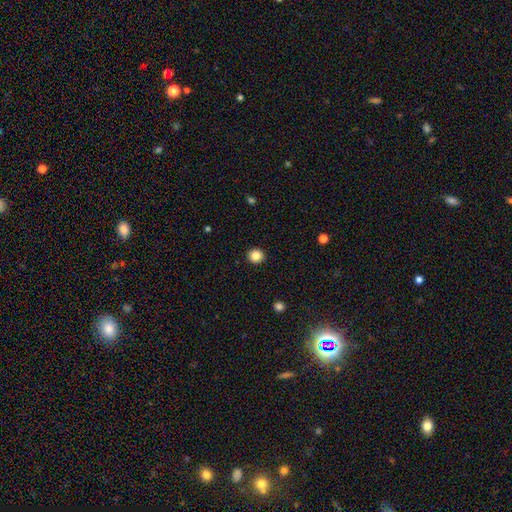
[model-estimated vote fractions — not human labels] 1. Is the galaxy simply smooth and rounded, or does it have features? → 85% smooth, 11% star or artifact, 4% featured or disk.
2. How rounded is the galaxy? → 91% round, 8% in between, 1% cigar-shaped.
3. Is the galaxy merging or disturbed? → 93% none, 5% minor disturbance, 2% major disturbance, 1% merger.